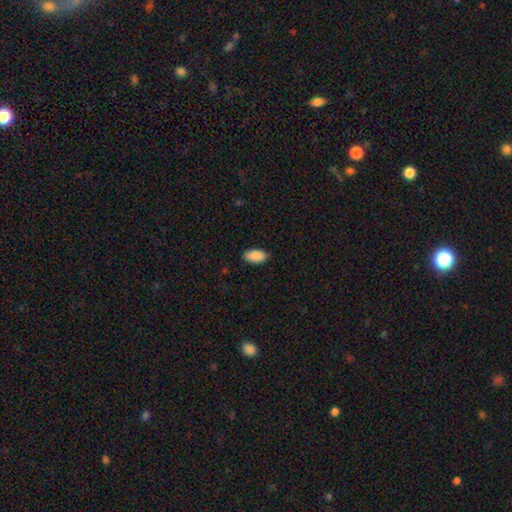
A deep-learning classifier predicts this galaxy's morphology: A smooth galaxy with no disk features (91%) that is in between round and cigar-shaped (95%). Merging: none (88%).